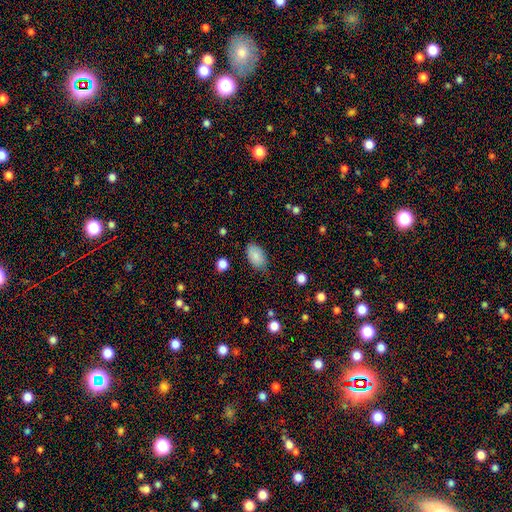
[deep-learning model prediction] smooth 87%, star or artifact 7%, featured or disk 6%. Down the decision tree: how rounded — in between (93%); merging — none (76%).